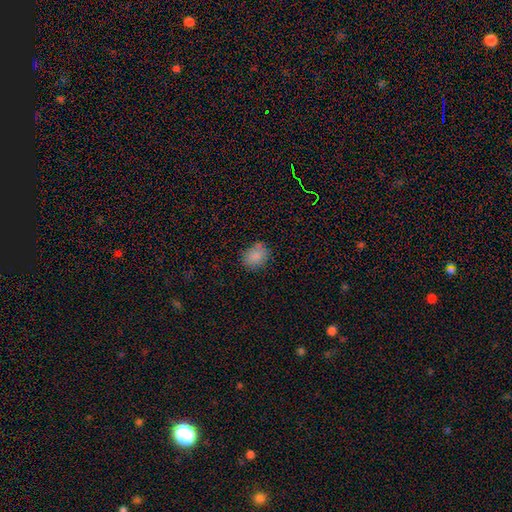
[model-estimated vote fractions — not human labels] Smooth or featured? smooth (85%)
How rounded? in between (54%)
Merging? none (77%)